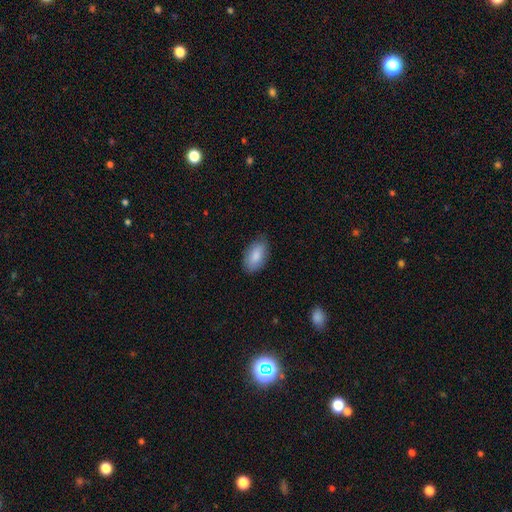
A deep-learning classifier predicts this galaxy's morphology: smooth_or_featured: smooth (p=0.87) [alt: featured or disk p=0.07]
how_rounded: in between (p=0.93) [alt: round p=0.04]
merging: none (p=0.80) [alt: minor disturbance p=0.16]